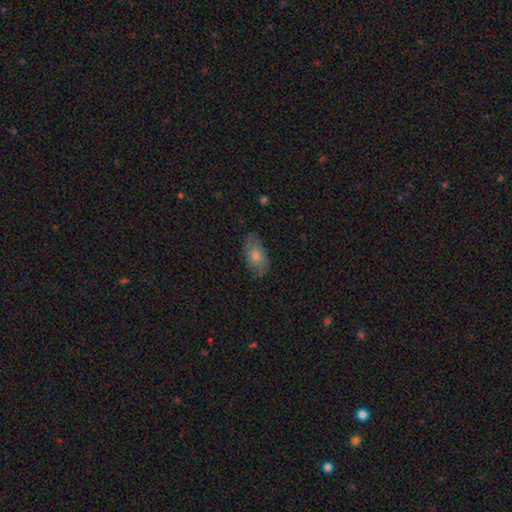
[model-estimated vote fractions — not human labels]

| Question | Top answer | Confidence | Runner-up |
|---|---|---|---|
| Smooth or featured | smooth | 59% | featured or disk (32%) |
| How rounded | in between | 89% | round (6%) |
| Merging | none | 76% | minor disturbance (18%) |